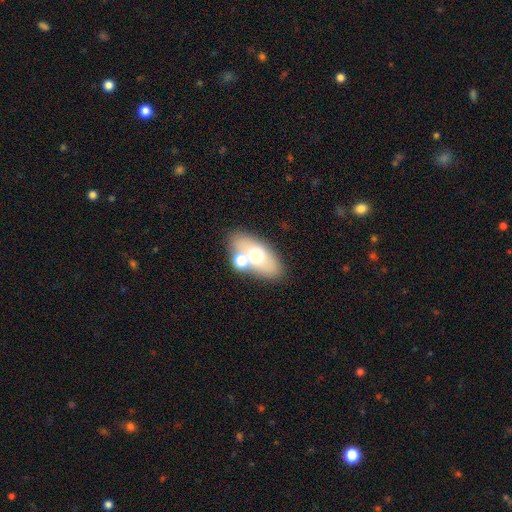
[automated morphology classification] Smooth or featured? smooth (60%)
How rounded? in between (85%)
Merging? none (60%)